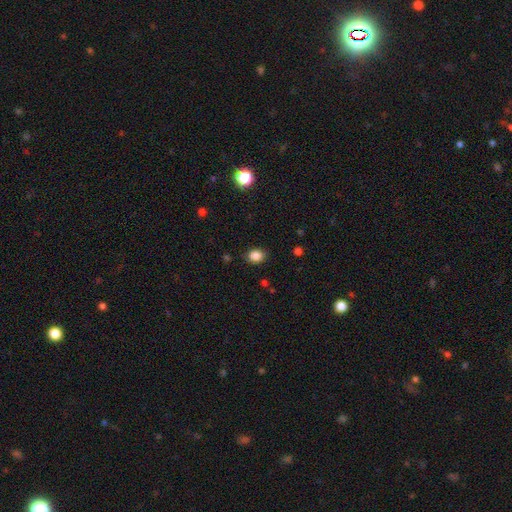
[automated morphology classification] type=smooth (86%); roundness=in between (57%); merging=none (85%).